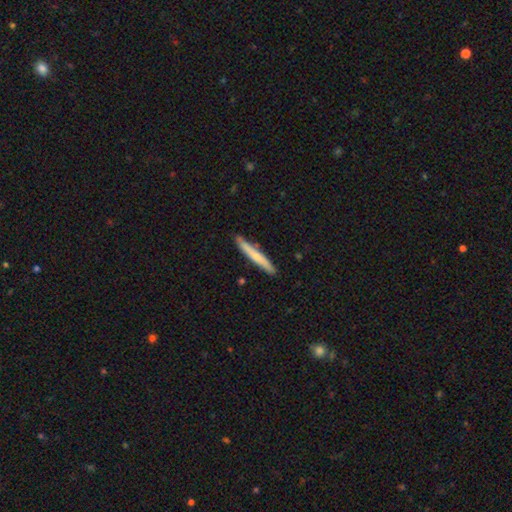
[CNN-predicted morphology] This appears to be a smooth galaxy with no disk features (58%) that is cigar-shaped (96%). Merging: none (86%).